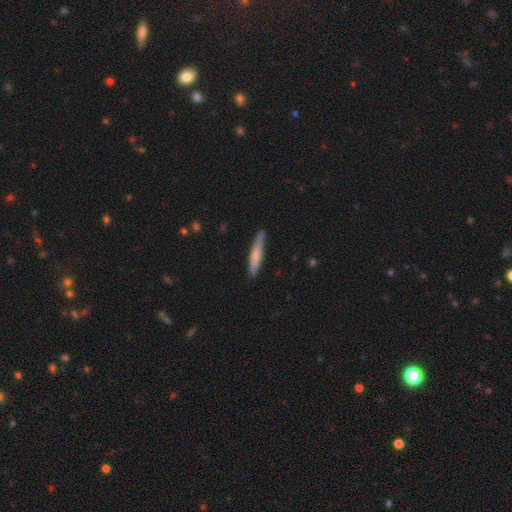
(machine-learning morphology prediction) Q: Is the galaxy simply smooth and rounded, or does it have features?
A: smooth — 69%.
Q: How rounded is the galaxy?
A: cigar-shaped — 93%.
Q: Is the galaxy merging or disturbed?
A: none — 85%.